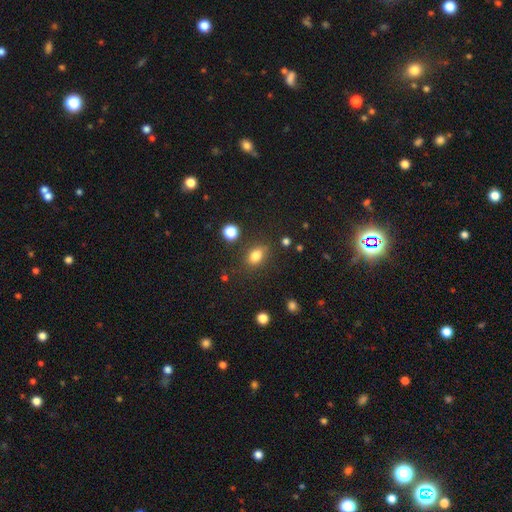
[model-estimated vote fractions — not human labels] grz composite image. It shows a smooth galaxy with no disk features (81%) that is in between round and cigar-shaped (73%). Merging: none (78%).